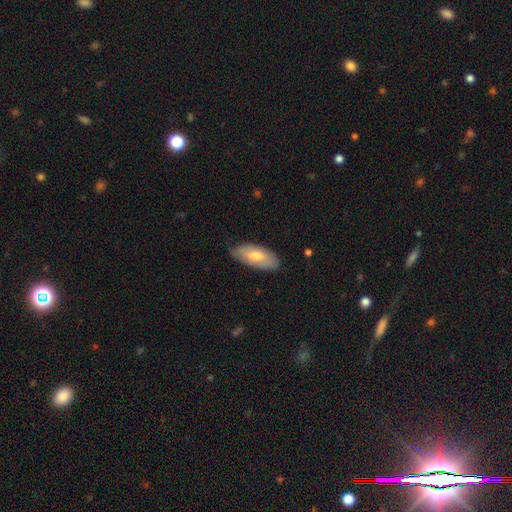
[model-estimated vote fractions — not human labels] smooth-or-featured: smooth: 66% | featured or disk: 29% | star or artifact: 5%
  how-rounded: in between: 87% | cigar-shaped: 11% | round: 2%
  merging: none: 73% | minor disturbance: 22% | major disturbance: 4% | merger: 1%